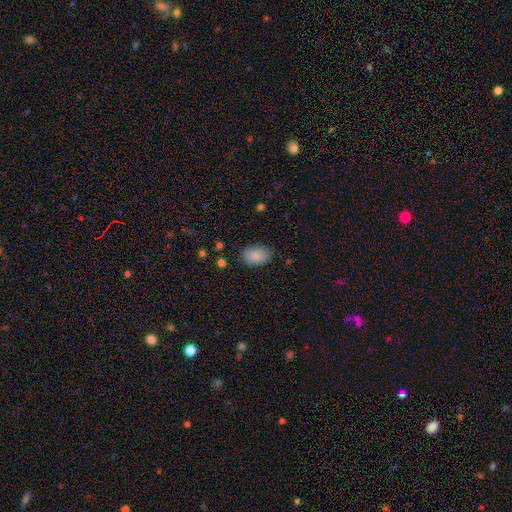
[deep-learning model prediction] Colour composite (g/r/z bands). It shows a smooth galaxy with no disk features (87%) that is in between round and cigar-shaped (86%). Merging: none (82%).